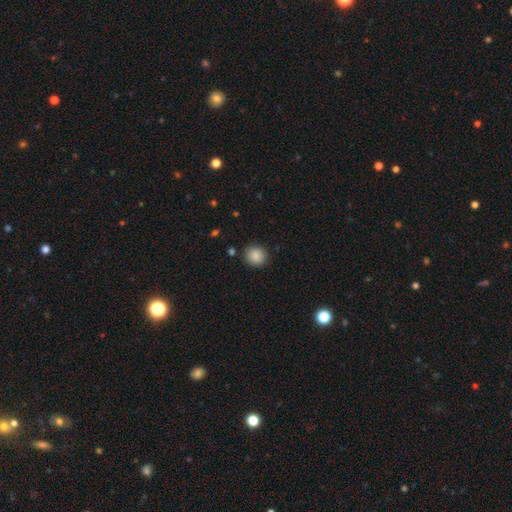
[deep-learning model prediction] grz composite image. It shows a smooth galaxy with no disk features (87%) that is round (86%). Merging: none (88%).